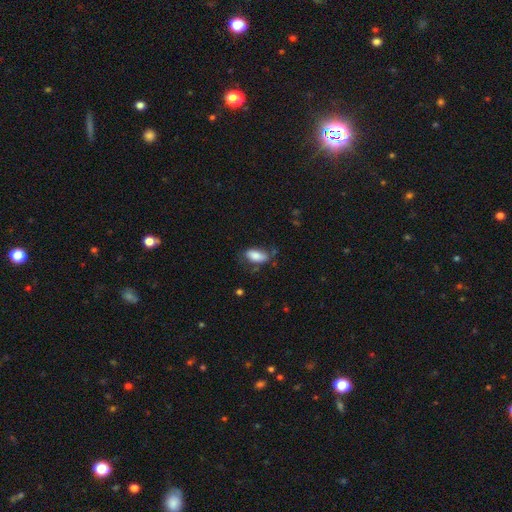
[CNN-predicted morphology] Overall: smooth (81%). How rounded: in between (89%). Merging: none (59%; minor disturbance 27%).